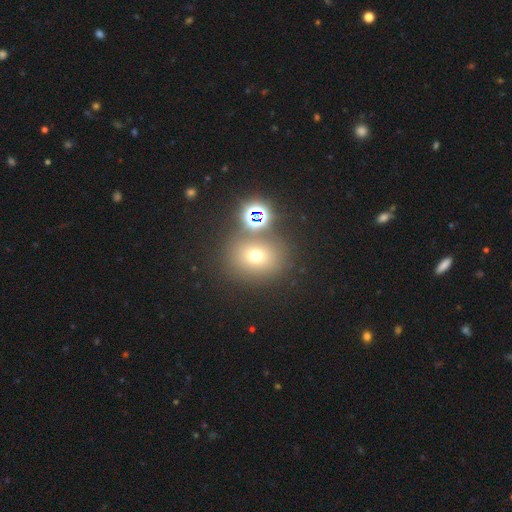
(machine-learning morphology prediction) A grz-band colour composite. It shows a smooth galaxy with no disk features (64%) that is round (70%). Merging: none (72%).